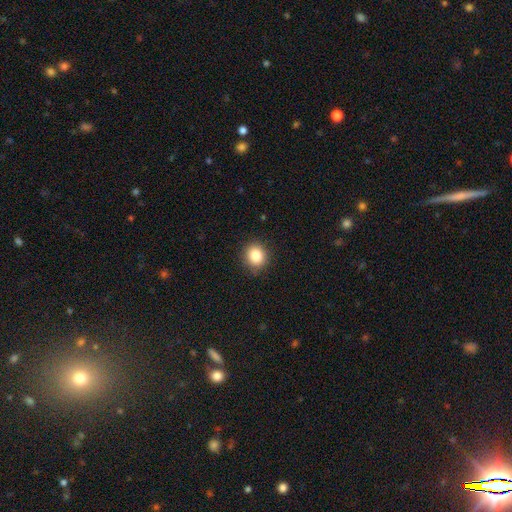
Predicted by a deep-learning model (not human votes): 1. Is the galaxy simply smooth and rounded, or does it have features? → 84% smooth, 10% star or artifact, 5% featured or disk.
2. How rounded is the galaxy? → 83% round, 16% in between, 1% cigar-shaped.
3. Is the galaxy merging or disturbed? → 89% none, 8% minor disturbance, 2% major disturbance, 1% merger.